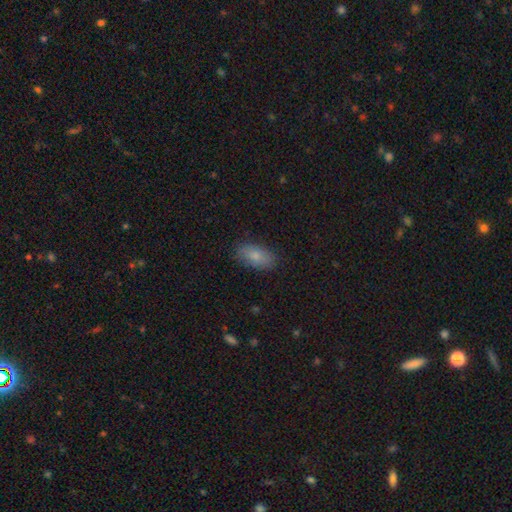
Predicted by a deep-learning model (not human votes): smooth 83%, featured or disk 9%, star or artifact 7%. Down the decision tree: how rounded — in between (91%); merging — none (85%).